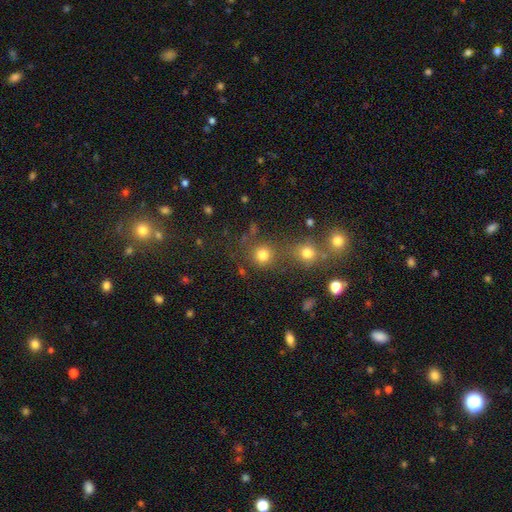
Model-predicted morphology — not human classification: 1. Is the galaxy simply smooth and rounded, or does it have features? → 67% smooth, 26% star or artifact, 7% featured or disk.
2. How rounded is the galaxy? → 91% round, 8% in between, 1% cigar-shaped.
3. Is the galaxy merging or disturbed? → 70% none, 18% merger, 8% minor disturbance, 4% major disturbance.